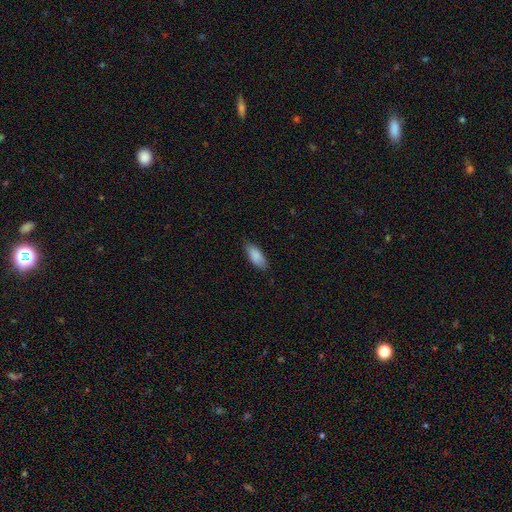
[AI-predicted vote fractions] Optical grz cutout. It shows a smooth galaxy with no disk features (87%) that is in between round and cigar-shaped (82%). Merging: none (77%).